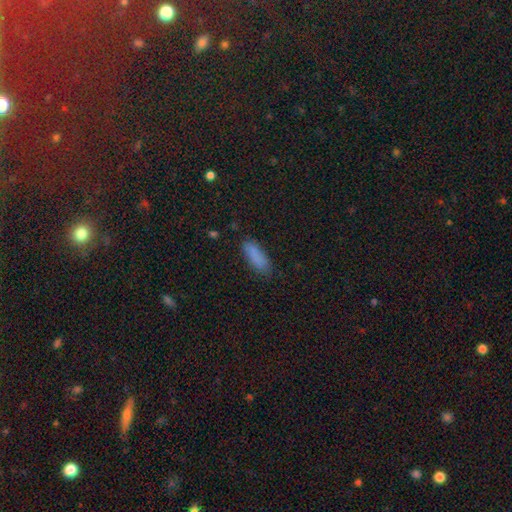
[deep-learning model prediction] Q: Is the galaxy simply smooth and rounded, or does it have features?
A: smooth — 86%.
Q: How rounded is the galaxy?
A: in between — 60%.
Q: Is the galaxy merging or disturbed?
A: none — 81%.